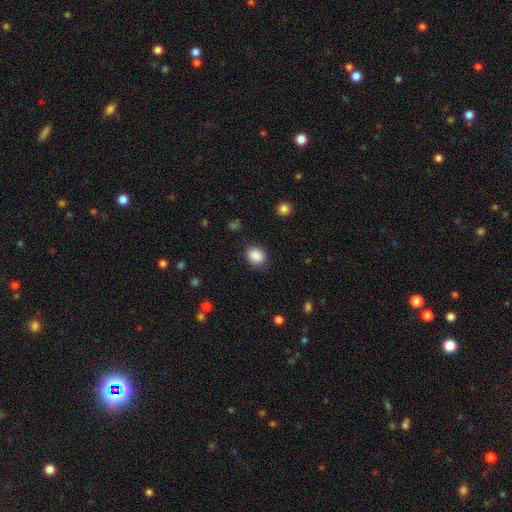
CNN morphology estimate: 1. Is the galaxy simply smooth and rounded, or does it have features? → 88% smooth, 9% star or artifact, 3% featured or disk.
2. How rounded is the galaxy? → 50% in between, 49% round, 1% cigar-shaped.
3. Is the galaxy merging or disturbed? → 81% none, 13% minor disturbance, 4% major disturbance, 1% merger.